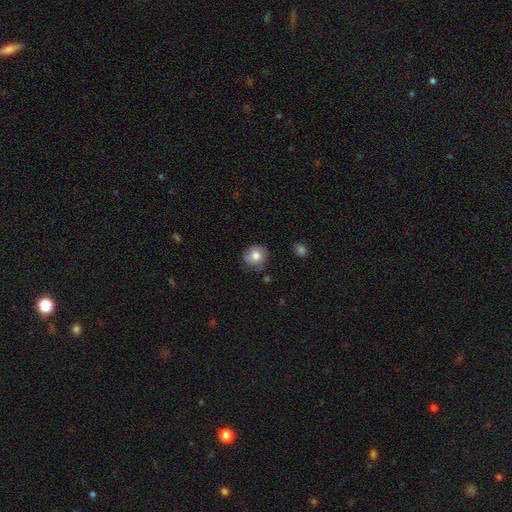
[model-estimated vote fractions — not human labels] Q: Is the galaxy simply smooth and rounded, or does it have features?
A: smooth — 78%.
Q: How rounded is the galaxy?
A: round — 89%.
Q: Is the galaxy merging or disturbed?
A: none — 80%.